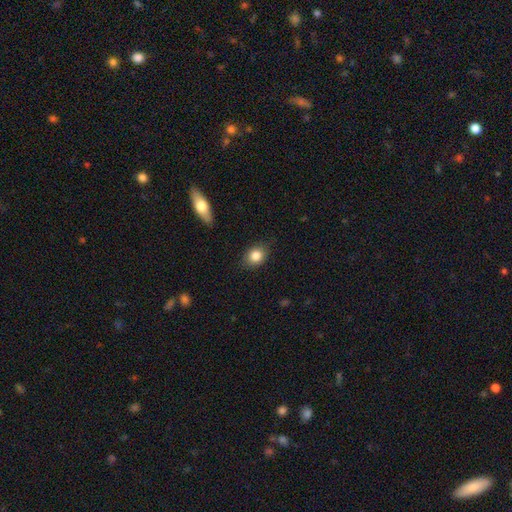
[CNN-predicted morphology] The model was most divided on "how rounded": round: 50%, in between: 49%, cigar-shaped: 1%. More confident: smooth or featured — smooth (84%); merging — none (82%).